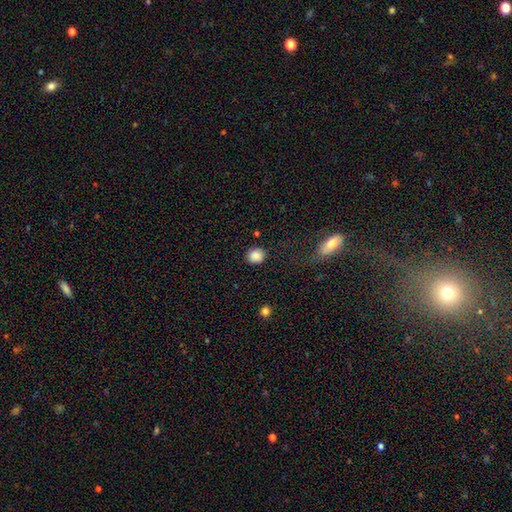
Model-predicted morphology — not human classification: Q: Smooth or featured?
A: smooth (87%); runner-up: star or artifact (10%)
Q: How rounded?
A: round (86%); runner-up: in between (13%)
Q: Merging?
A: none (88%); runner-up: minor disturbance (7%)